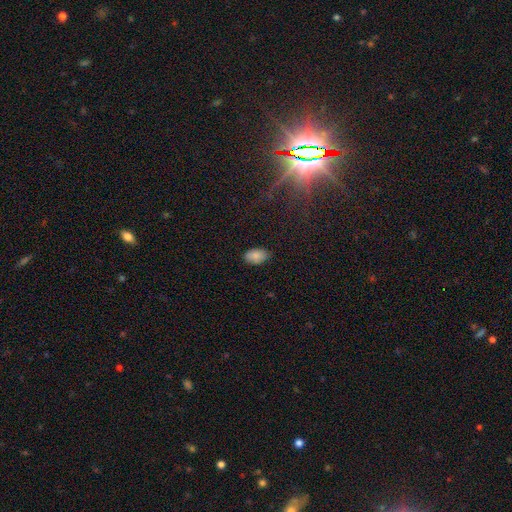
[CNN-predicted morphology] This is clearly a smooth galaxy (84%). How rounded: clearly in between (92%). Merging: clearly none (82%).